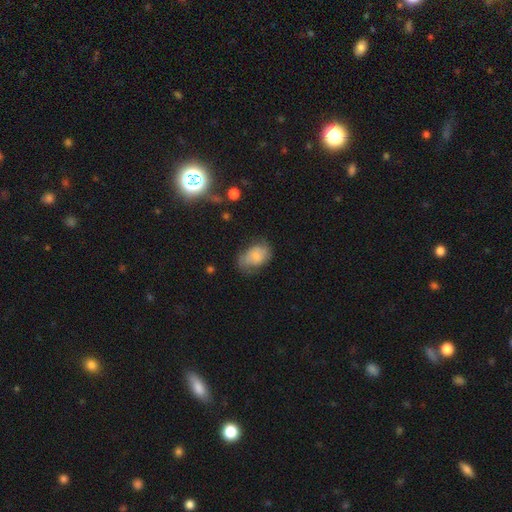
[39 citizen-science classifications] Smooth or featured? 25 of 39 (64%) said smooth. How rounded? 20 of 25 (80%) said in between. Merging? 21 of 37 (57%) said none.